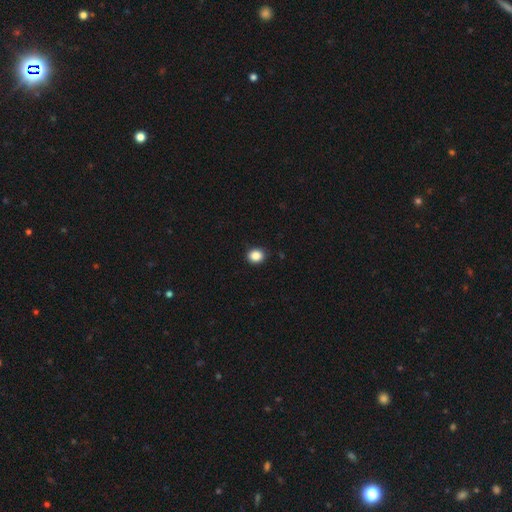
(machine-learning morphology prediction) Overall: smooth (87%). How rounded: round (67%; in between 32%). Merging: none (89%).